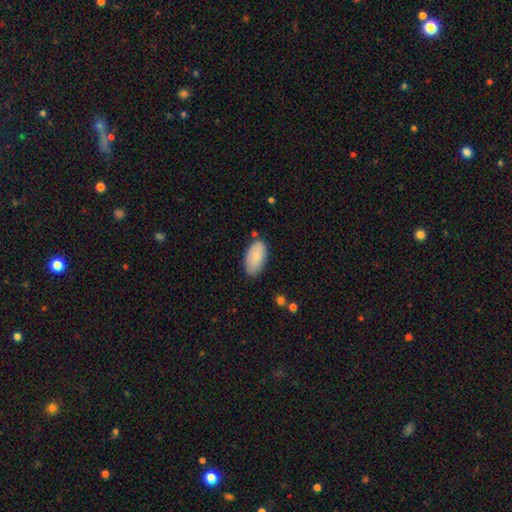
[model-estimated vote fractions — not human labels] Smooth or featured? Predicted: smooth (p=0.86). How rounded? Predicted: in between (p=0.95). Merging? Predicted: none (p=0.78).